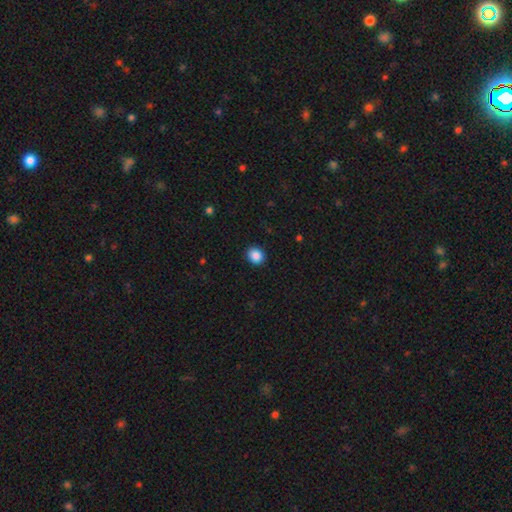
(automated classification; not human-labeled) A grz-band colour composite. It shows a smooth galaxy with no disk features (87%) that is round (73%). Merging: none (92%).